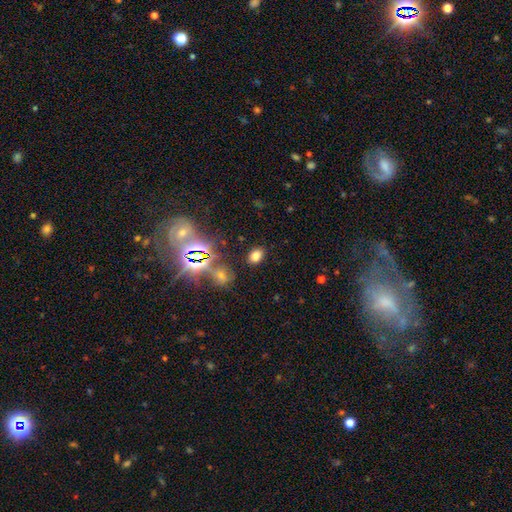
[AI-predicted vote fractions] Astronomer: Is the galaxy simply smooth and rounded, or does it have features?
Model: smooth — 70%.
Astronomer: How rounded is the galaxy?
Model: in between — 78%.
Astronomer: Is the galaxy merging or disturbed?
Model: none — 84%.